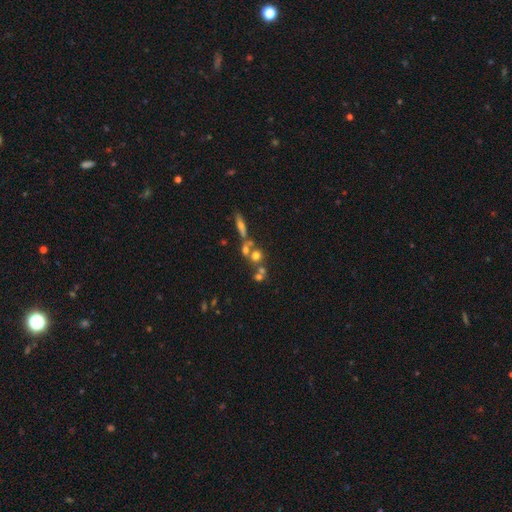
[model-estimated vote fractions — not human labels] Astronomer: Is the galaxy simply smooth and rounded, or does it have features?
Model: smooth — 57%.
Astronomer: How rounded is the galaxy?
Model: round — 80%.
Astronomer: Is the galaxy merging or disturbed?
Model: merger — 44% (runner-up: none, 43%).